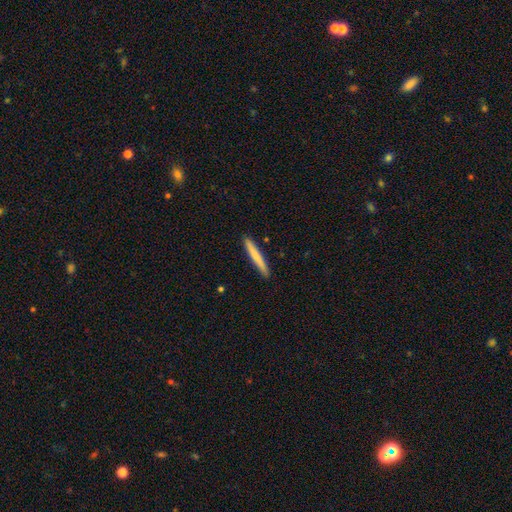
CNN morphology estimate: smooth-or-featured: smooth: 73% | featured or disk: 22% | star or artifact: 5%
  how-rounded: cigar-shaped: 96% | in between: 3% | round: 1%
  merging: none: 92% | minor disturbance: 6% | major disturbance: 1% | merger: 1%